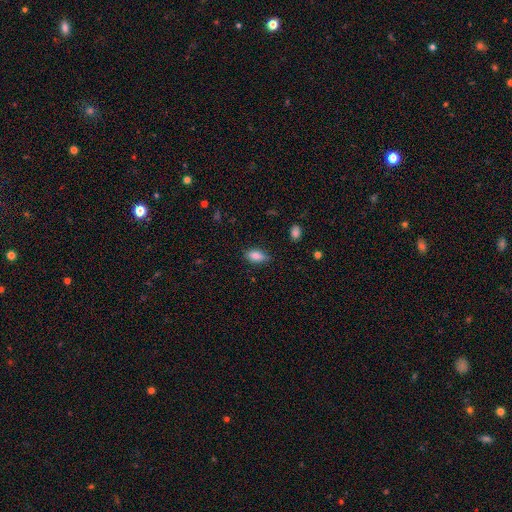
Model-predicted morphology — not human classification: smooth-or-featured: smooth: 82% | featured or disk: 10% | star or artifact: 8%
  how-rounded: in between: 87% | cigar-shaped: 8% | round: 5%
  merging: none: 71% | minor disturbance: 23% | major disturbance: 4% | merger: 1%